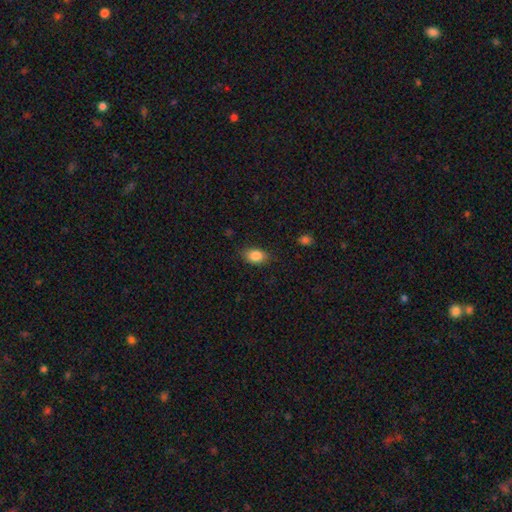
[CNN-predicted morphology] The model was most divided on "how rounded": in between: 83%, round: 16%, cigar-shaped: 2%. More confident: smooth or featured — smooth (85%); merging — none (82%).